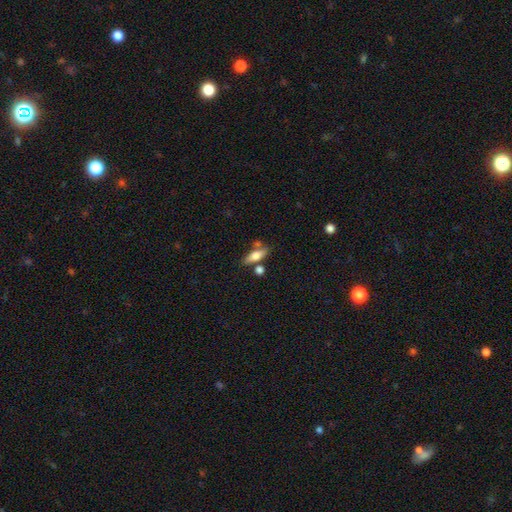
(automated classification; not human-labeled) smooth-or-featured: smooth: 66% | featured or disk: 27% | star or artifact: 7%
  how-rounded: in between: 60% | cigar-shaped: 36% | round: 4%
  merging: none: 68% | merger: 15% | minor disturbance: 13% | major disturbance: 4%